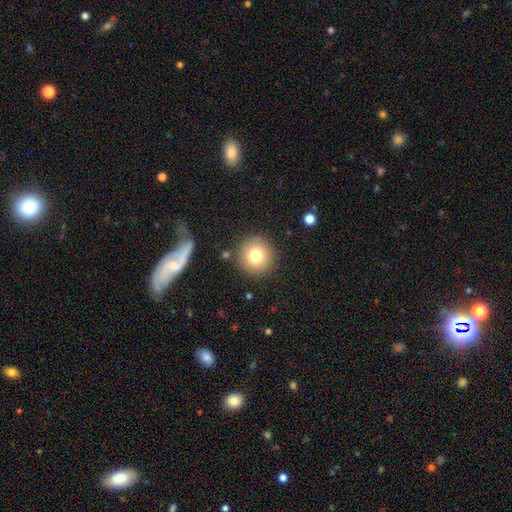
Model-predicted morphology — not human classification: A smooth galaxy with no disk features (76%) that is round (95%).

Vote fractions:
- Smooth or featured? smooth: 76% / featured or disk: 12% / star or artifact: 11%
- How rounded? round: 95% / in between: 4% / cigar-shaped: 1%
- Merging? none: 88% / minor disturbance: 7% / major disturbance: 3% / merger: 2%